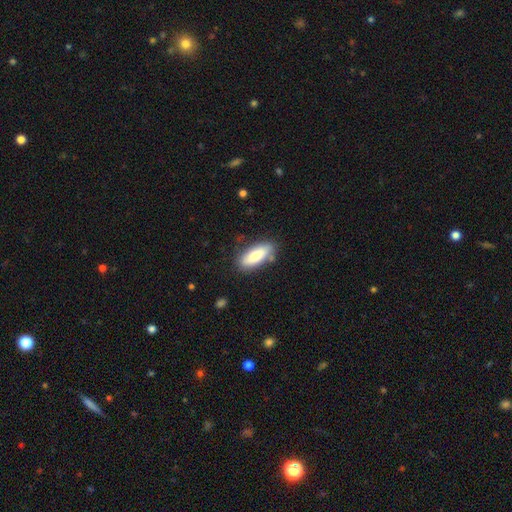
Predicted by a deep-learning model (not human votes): This is clearly a smooth galaxy (81%). How rounded: likely in between (73%). Merging: likely none (77%).